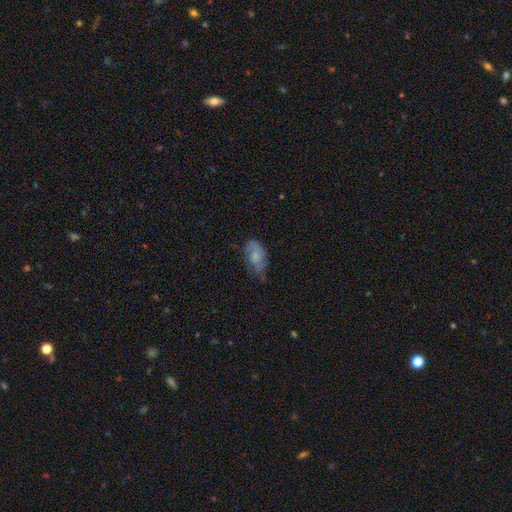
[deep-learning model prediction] This appears to be a smooth galaxy with no disk features (56%) that is in between round and cigar-shaped (90%). Merging: none (55%).